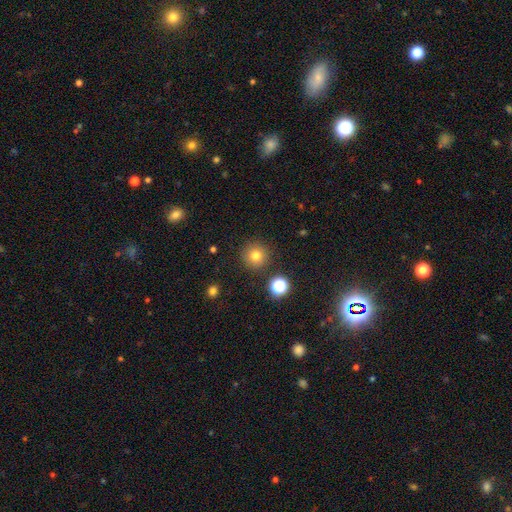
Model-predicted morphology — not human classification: A smooth galaxy with no disk features (77%) that is round (96%).

Vote fractions:
- Smooth or featured? smooth: 77% / star or artifact: 15% / featured or disk: 8%
- How rounded? round: 96% / in between: 3% / cigar-shaped: 1%
- Merging? none: 89% / minor disturbance: 6% / merger: 3% / major disturbance: 2%